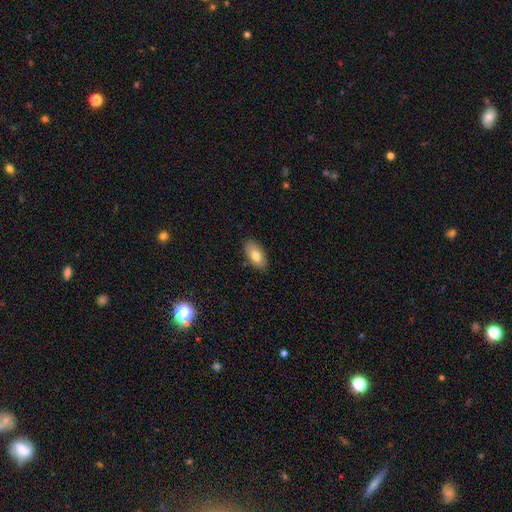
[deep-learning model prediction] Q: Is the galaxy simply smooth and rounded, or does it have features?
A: smooth — 77%.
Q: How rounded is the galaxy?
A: in between — 91%.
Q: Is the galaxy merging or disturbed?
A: none — 86%.